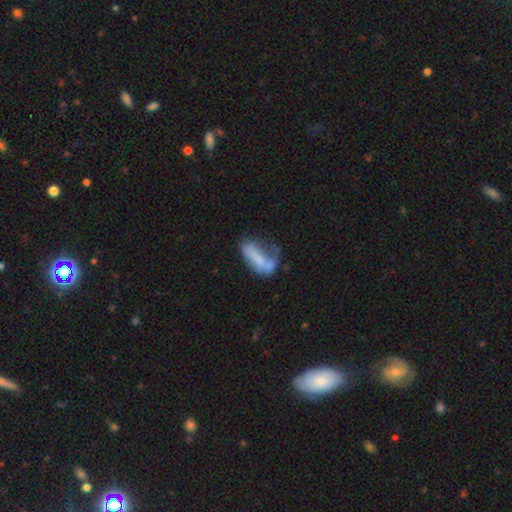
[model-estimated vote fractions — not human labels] The model was most divided on "merging": major disturbance: 32%, none: 27%, minor disturbance: 24%, merger: 16%. More confident: how rounded — in between (66%); smooth or featured — smooth (55%).